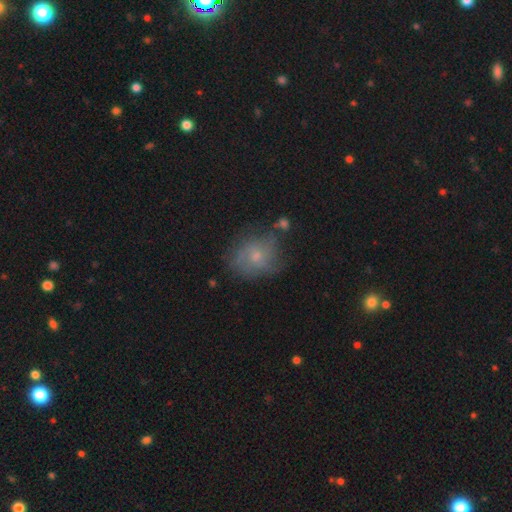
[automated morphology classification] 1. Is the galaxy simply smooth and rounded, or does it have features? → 48% smooth, 40% featured or disk, 12% star or artifact.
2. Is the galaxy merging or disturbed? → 57% none, 26% minor disturbance, 12% major disturbance, 5% merger.